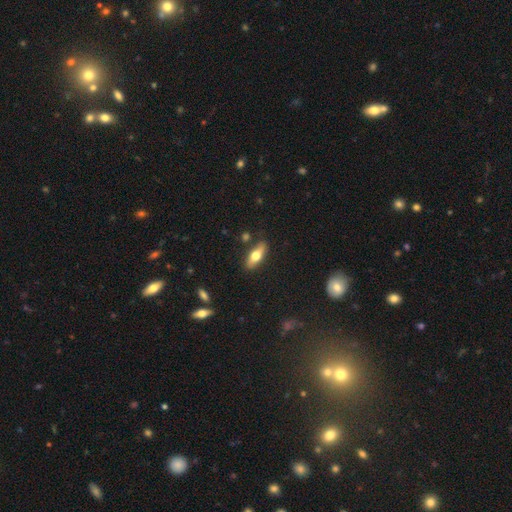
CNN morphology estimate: Q: Smooth or featured?
A: smooth (63%); runner-up: featured or disk (31%)
Q: How rounded?
A: in between (67%); runner-up: cigar-shaped (30%)
Q: Merging?
A: none (83%); runner-up: minor disturbance (12%)